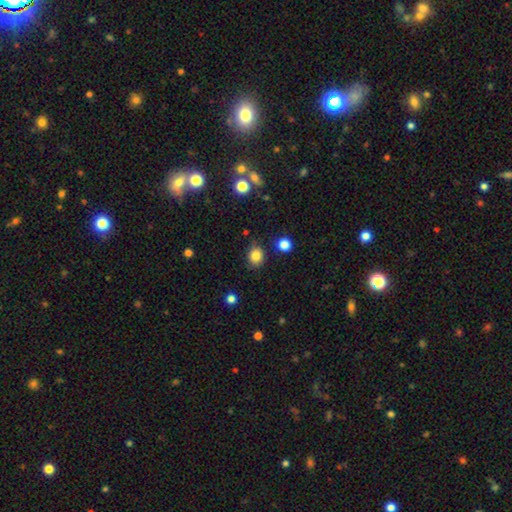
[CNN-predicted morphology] Smooth or featured?
  - smooth: 84% *
  - star or artifact: 11%
  - featured or disk: 5%
How rounded?
  - round: 71% *
  - in between: 29%
  - cigar-shaped: 1%
Merging?
  - none: 81% *
  - minor disturbance: 13%
  - major disturbance: 3%
  - merger: 3%